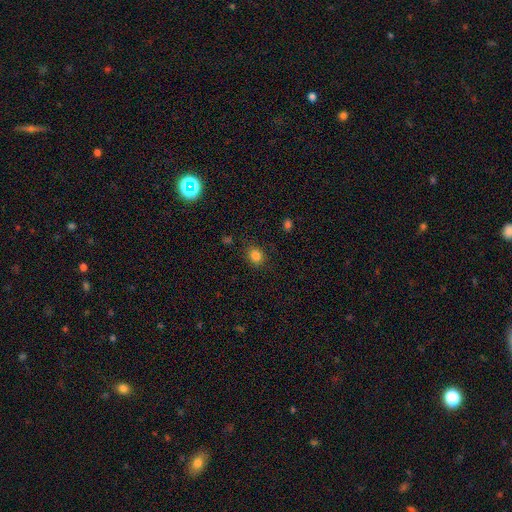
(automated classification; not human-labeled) Smooth or featured? Predicted: smooth (p=0.83). How rounded? Predicted: round (p=0.67). Merging? Predicted: none (p=0.86).